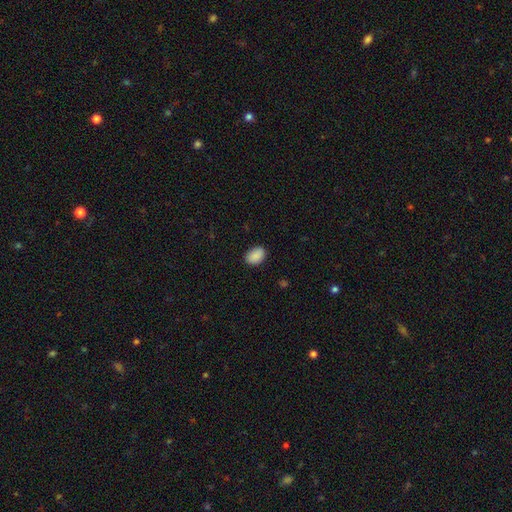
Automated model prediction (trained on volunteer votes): A smooth galaxy with no disk features (90%) that is in between round and cigar-shaped (82%). Merging: none (86%).